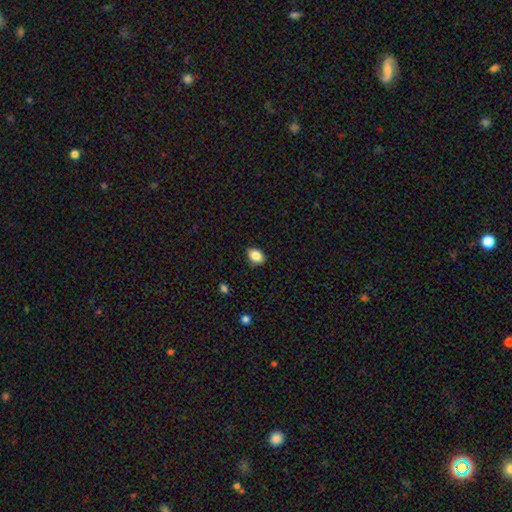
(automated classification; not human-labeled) smooth_or_featured: smooth (p=0.85) [alt: star or artifact p=0.09]
how_rounded: in between (p=0.81) [alt: round p=0.18]
merging: none (p=0.85) [alt: minor disturbance p=0.12]